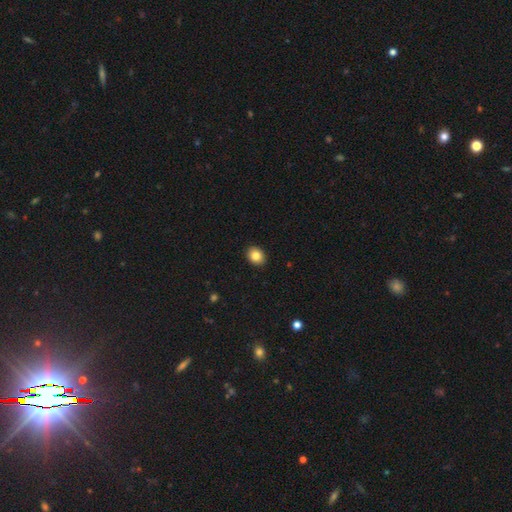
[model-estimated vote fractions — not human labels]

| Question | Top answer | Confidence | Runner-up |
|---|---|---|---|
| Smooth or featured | smooth | 84% | star or artifact (9%) |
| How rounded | round | 52% | in between (47%) |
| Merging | none | 92% | minor disturbance (6%) |